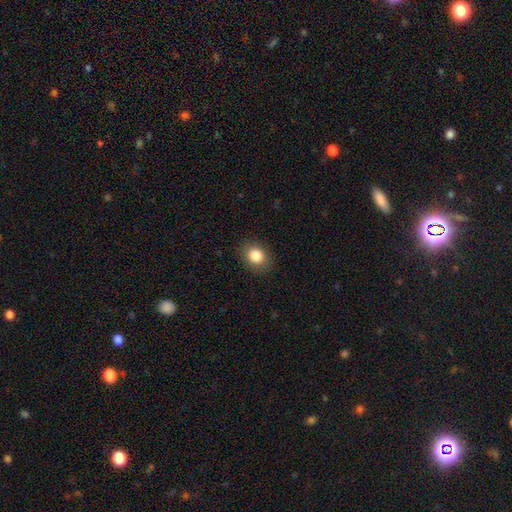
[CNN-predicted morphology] Overall: smooth (85%). How rounded: in between (50%; round 49%). Merging: none (87%).